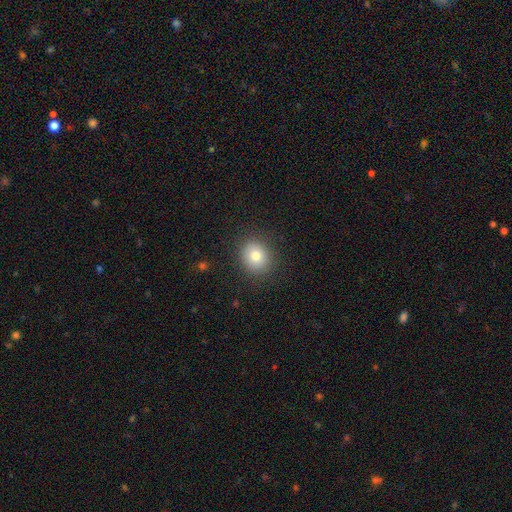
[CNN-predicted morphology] smooth-or-featured: smooth: 77% | star or artifact: 12% | featured or disk: 11%
  how-rounded: round: 80% | in between: 19% | cigar-shaped: 1%
  merging: none: 88% | minor disturbance: 8% | major disturbance: 3% | merger: 1%